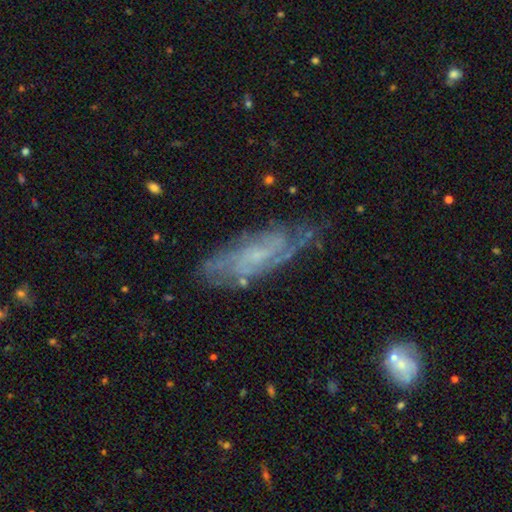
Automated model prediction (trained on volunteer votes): smooth_or_featured: featured or disk (p=0.77) [alt: smooth p=0.15]
disk_edge_on: no (p=0.86) [alt: yes p=0.14]
bar: no (p=0.54) [alt: weak p=0.38]
has_spiral_arms: yes (p=0.90) [alt: no p=0.10]
spiral_winding: tight (p=0.49) [alt: medium p=0.38]
spiral_arm_count: can't tell (p=0.45) [alt: 2 p=0.25]
bulge_size: small (p=0.65) [alt: none p=0.17]
merging: none (p=0.69) [alt: minor disturbance p=0.21]